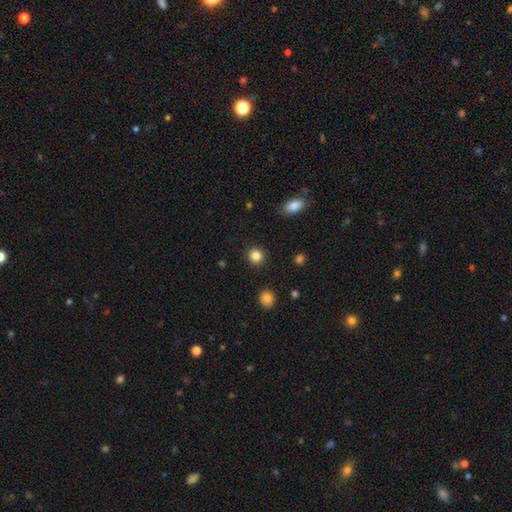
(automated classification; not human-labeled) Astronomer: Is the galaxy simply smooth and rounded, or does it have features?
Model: smooth — 85%.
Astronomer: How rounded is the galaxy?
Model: round — 91%.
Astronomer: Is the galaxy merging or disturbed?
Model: none — 91%.